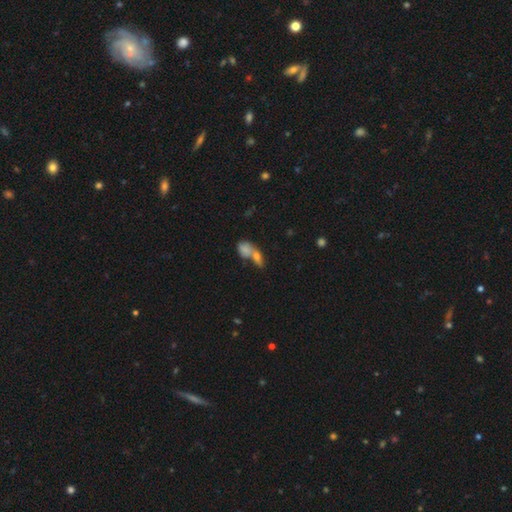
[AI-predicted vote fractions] Smooth or featured? Predicted: smooth (p=0.57). How rounded? Predicted: in between (p=0.64). Merging? Predicted: merger (p=0.55).